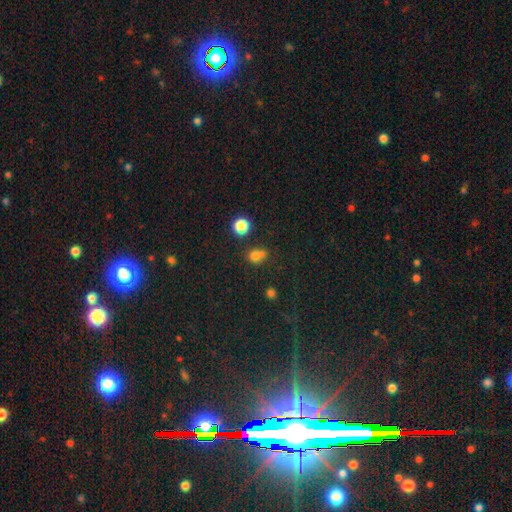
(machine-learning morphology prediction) smooth 73%, star or artifact 18%, featured or disk 9%. Down the decision tree: how rounded — round (71%); merging — none (45%).